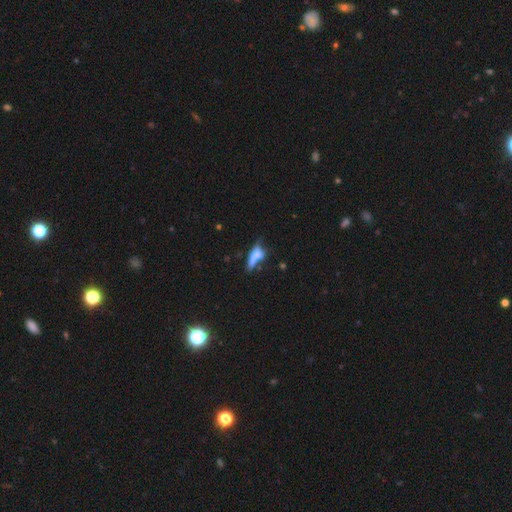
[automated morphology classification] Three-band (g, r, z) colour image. It shows a smooth galaxy with no disk features (51%) that is in between round and cigar-shaped (47%). Merging: none (34%).